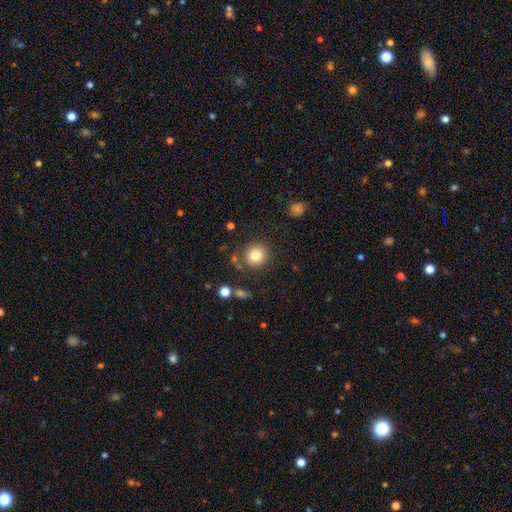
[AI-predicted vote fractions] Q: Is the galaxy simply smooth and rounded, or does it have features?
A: smooth — 82%.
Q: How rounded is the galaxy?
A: round — 89%.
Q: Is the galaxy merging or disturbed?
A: none — 83%.